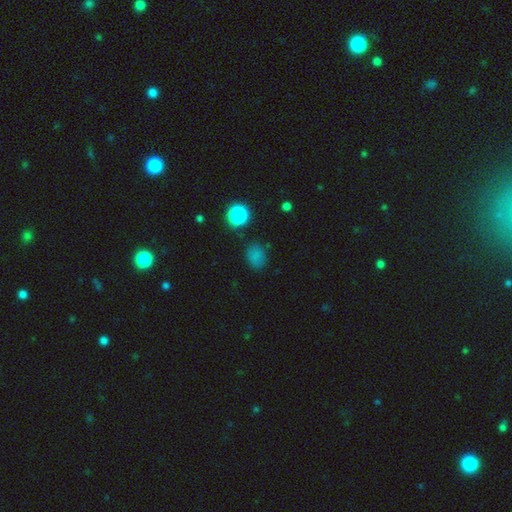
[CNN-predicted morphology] Smooth or featured: smooth — 73% (star or artifact — 22%)
How rounded: in between — 50% (round — 49%)
Merging: none — 75% (minor disturbance — 17%)